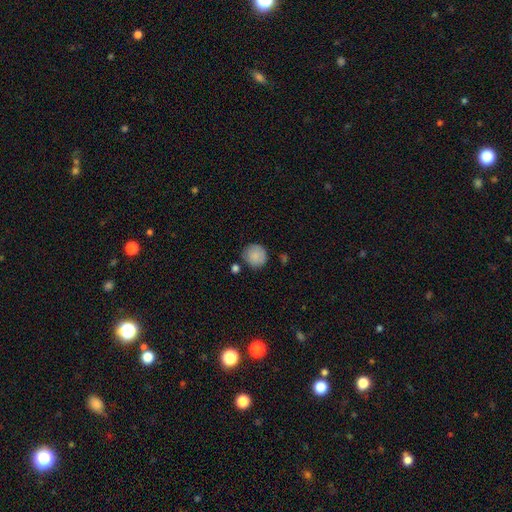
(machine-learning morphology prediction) Smooth or featured?
  - smooth: 87% *
  - star or artifact: 7%
  - featured or disk: 6%
How rounded?
  - round: 93% *
  - in between: 6%
  - cigar-shaped: 1%
Merging?
  - none: 80% *
  - minor disturbance: 12%
  - merger: 5%
  - major disturbance: 3%